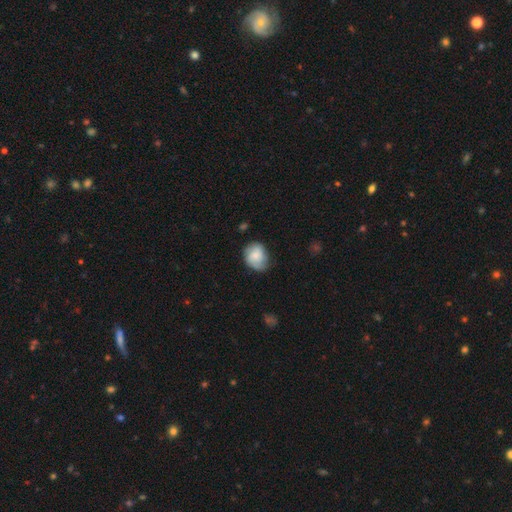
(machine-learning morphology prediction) smooth-or-featured: smooth: 59% | featured or disk: 33% | star or artifact: 7%
  how-rounded: round: 59% | in between: 40% | cigar-shaped: 1%
  merging: none: 65% | minor disturbance: 27% | major disturbance: 7% | merger: 2%